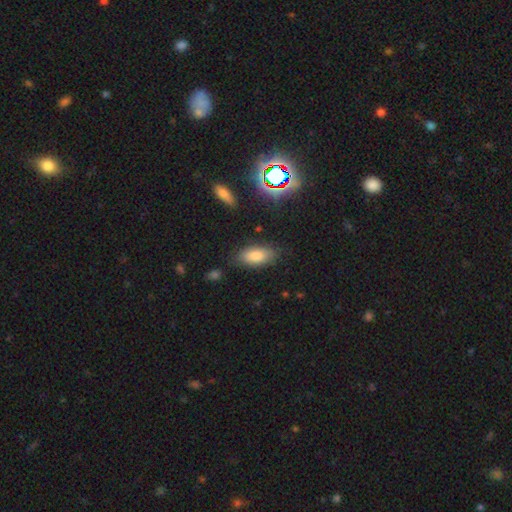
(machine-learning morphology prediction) A smooth galaxy with no disk features (78%) that is in between round and cigar-shaped (89%). Merging: none (80%).